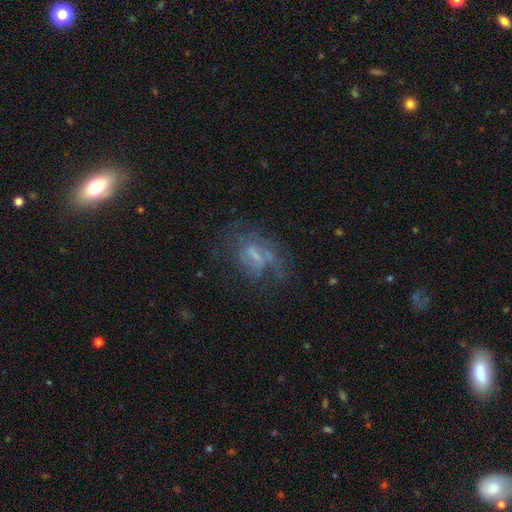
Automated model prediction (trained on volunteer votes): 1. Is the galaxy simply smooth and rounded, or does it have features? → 65% featured or disk, 22% smooth, 13% star or artifact.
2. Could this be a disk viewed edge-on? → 95% no, 5% yes.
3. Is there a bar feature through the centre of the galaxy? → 44% weak, 38% no, 18% strong.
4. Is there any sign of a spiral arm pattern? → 60% yes, 40% no.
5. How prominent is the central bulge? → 39% small, 34% none, 23% moderate, 4% large, 1% dominant.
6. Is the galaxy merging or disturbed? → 44% none, 32% major disturbance, 20% minor disturbance, 5% merger.